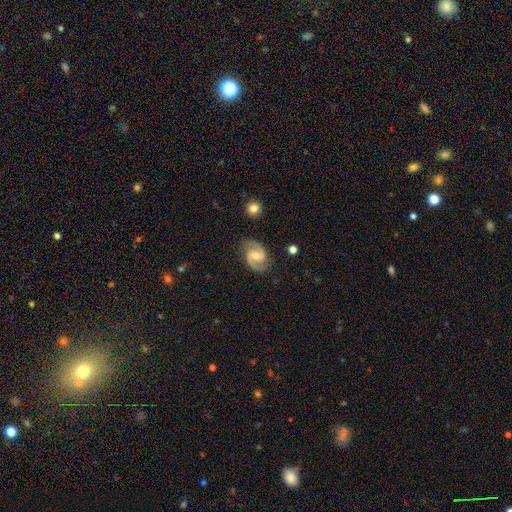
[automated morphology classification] Smooth or featured: featured or disk — 89% (smooth — 6%)
Edge-on disk: no — 98% (yes — 2%)
Bar: weak — 52% (no — 31%)
Spiral arms: yes — 98% (no — 2%)
Spiral winding: medium — 60% (tight — 20%)
Spiral arm count: 2 — 94% (can't tell — 2%)
Bulge size: moderate — 57% (small — 36%)
Merging: none — 84% (minor disturbance — 12%)